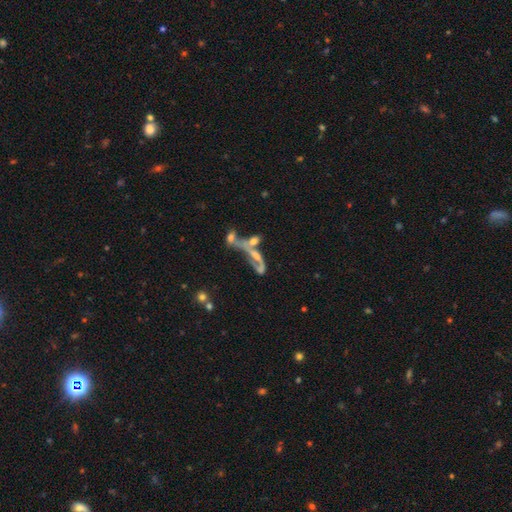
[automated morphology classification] This is possibly a featured or disk galaxy (58%). It is clearly not viewed edge-on (83%). Merging: likely merger (61%).